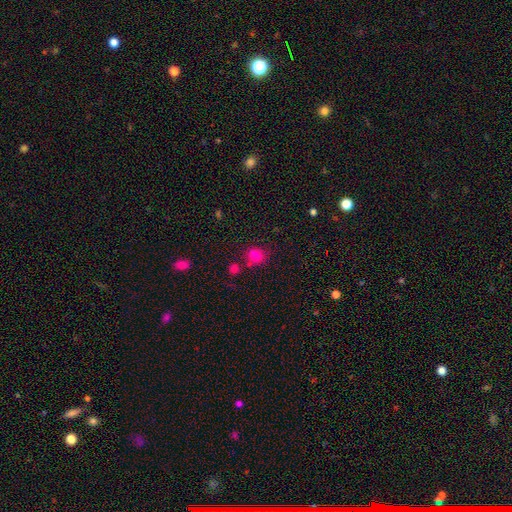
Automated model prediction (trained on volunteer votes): Smooth or featured? smooth (80%)
How rounded? round (80%)
Merging? none (72%)